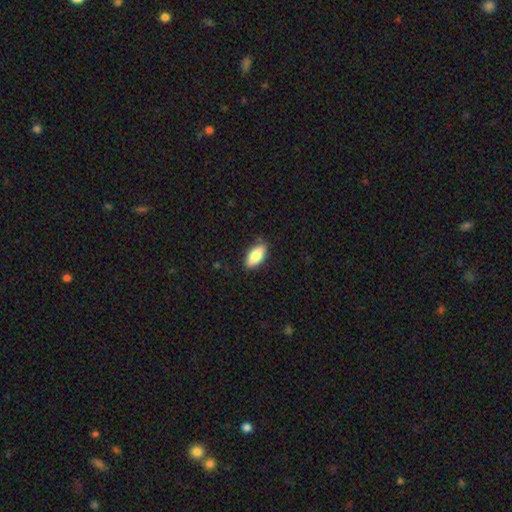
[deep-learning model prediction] Smooth or featured? Predicted: smooth (p=0.79). How rounded? Predicted: in between (p=0.83). Merging? Predicted: none (p=0.85).